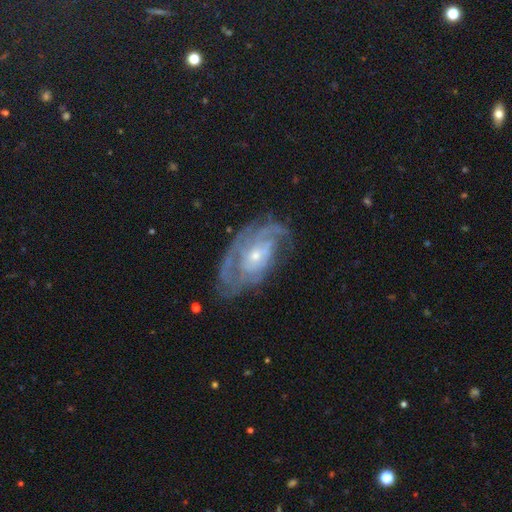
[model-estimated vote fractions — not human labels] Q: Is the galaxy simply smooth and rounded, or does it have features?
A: featured or disk — 84%.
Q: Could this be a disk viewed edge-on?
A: no — 95%.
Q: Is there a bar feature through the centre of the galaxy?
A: no — 70%.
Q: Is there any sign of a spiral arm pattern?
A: yes — 92%.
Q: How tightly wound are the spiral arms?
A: tight — 55%.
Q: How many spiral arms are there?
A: can't tell — 36%.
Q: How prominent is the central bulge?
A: small — 68%.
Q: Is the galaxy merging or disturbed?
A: none — 64%.